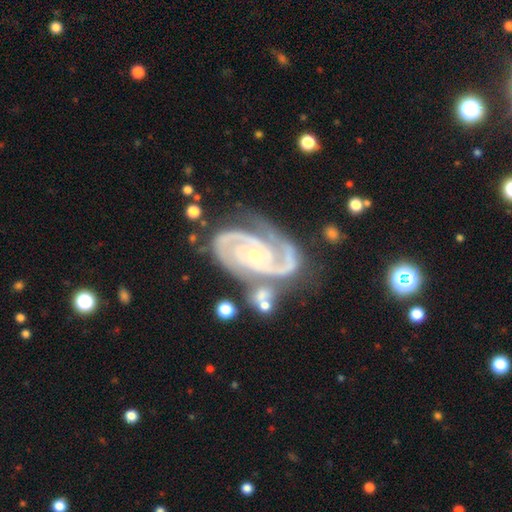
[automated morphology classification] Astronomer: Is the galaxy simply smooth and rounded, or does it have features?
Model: featured or disk — 93%.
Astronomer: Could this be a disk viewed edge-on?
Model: no — 98%.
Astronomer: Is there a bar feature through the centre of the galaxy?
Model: no — 63%.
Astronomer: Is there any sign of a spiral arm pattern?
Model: yes — 99%.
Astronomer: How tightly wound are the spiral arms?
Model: tight — 64%.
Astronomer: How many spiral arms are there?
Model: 2 — 80%.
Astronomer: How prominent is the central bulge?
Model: small — 75%.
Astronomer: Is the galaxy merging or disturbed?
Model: none — 63%.